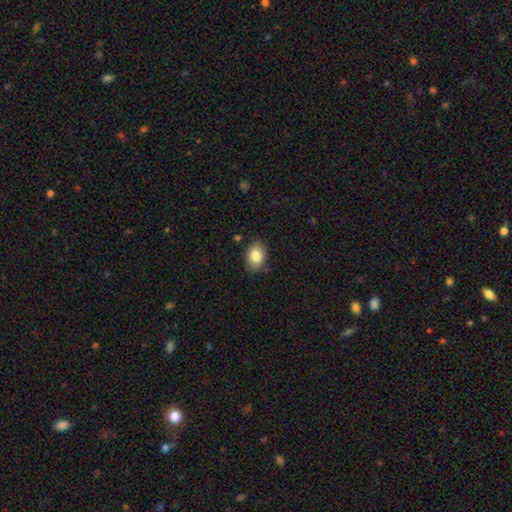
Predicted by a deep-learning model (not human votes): This appears to be a smooth galaxy with no disk features (83%) that is in between round and cigar-shaped (77%). Merging: none (83%).